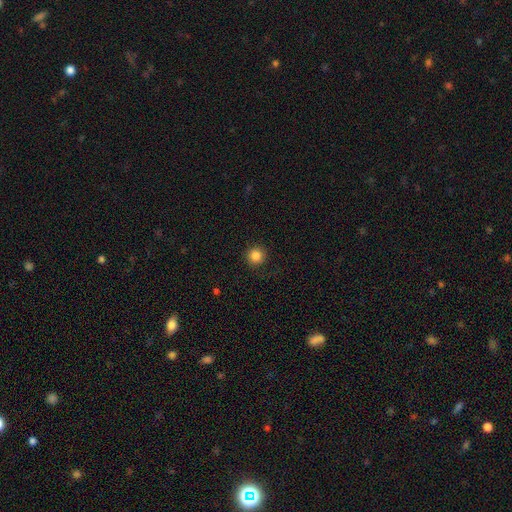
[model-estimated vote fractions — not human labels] smooth 85%, star or artifact 11%, featured or disk 4%. Down the decision tree: how rounded — round (95%); merging — none (90%).